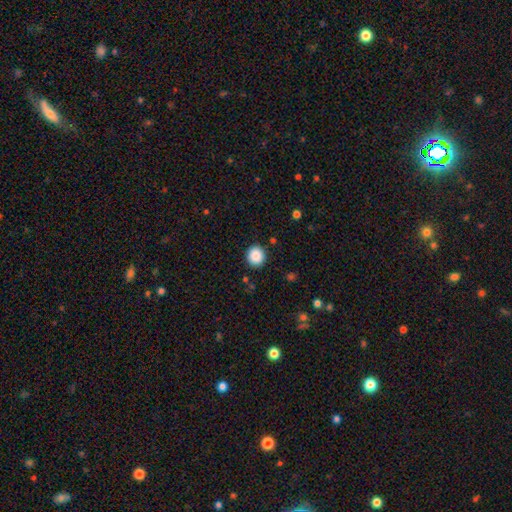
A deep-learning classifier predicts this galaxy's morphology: smooth-or-featured: smooth: 88% | star or artifact: 8% | featured or disk: 3%
  how-rounded: round: 85% | in between: 14% | cigar-shaped: 1%
  merging: none: 90% | minor disturbance: 6% | major disturbance: 2% | merger: 1%